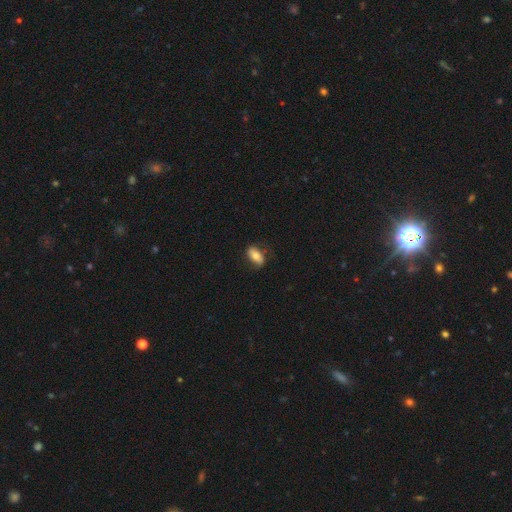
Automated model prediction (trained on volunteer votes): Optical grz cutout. It shows a smooth galaxy with no disk features (68%) that is in between round and cigar-shaped (87%). Merging: none (70%).